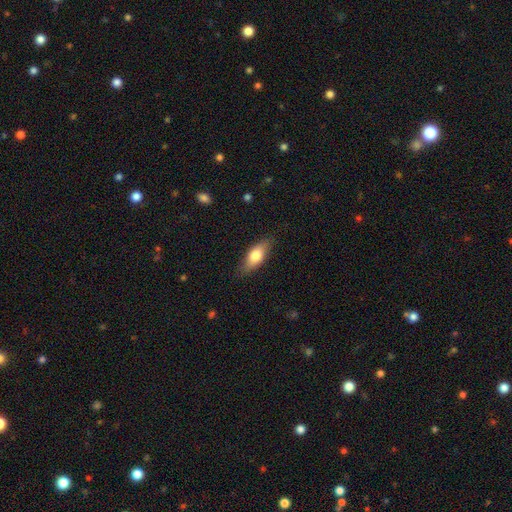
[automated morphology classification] Smooth or featured: smooth — 72% (featured or disk — 22%)
How rounded: in between — 75% (cigar-shaped — 21%)
Merging: none — 82% (minor disturbance — 14%)